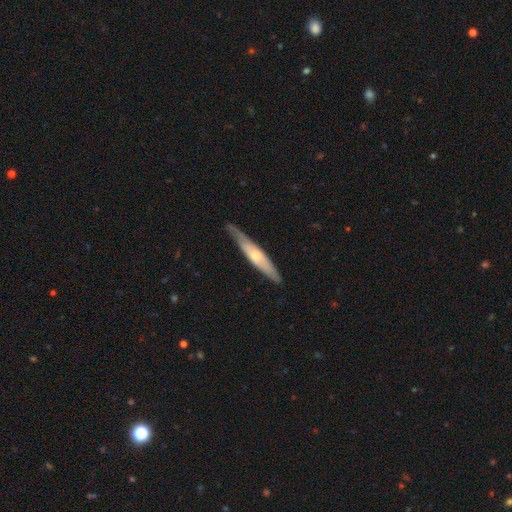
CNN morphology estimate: Smooth or featured? featured or disk (55%)
Edge-on disk? yes (84%)
Merging? none (77%)